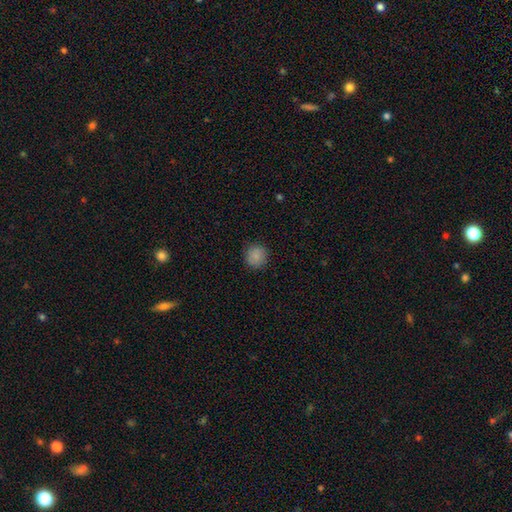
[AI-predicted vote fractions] Q: Smooth or featured?
A: smooth (87%); runner-up: star or artifact (9%)
Q: How rounded?
A: round (90%); runner-up: in between (9%)
Q: Merging?
A: none (89%); runner-up: minor disturbance (8%)